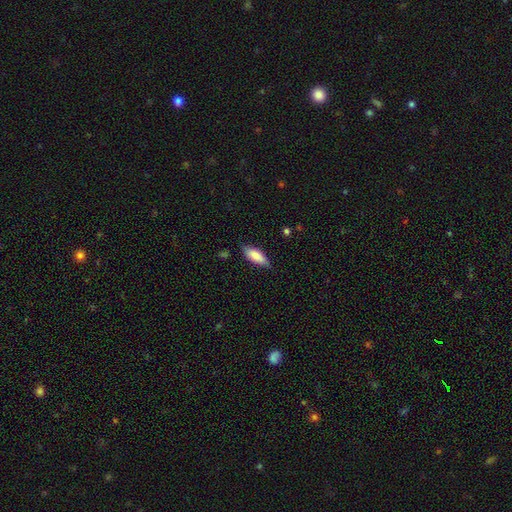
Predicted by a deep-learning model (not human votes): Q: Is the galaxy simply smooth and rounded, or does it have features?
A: smooth — 79%.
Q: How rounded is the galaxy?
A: in between — 70%.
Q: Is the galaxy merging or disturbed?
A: none — 76%.